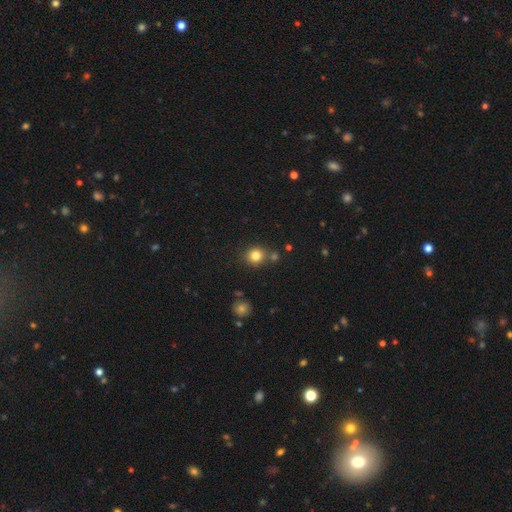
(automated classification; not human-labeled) Smooth or featured?
  - smooth: 82% *
  - star or artifact: 12%
  - featured or disk: 6%
How rounded?
  - round: 85% *
  - in between: 14%
  - cigar-shaped: 1%
Merging?
  - none: 76% *
  - merger: 11%
  - minor disturbance: 10%
  - major disturbance: 3%